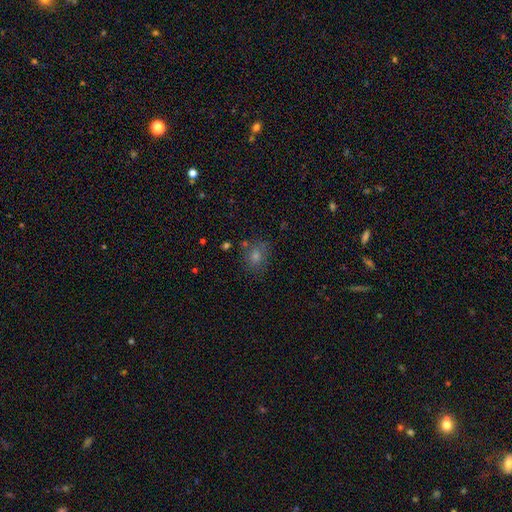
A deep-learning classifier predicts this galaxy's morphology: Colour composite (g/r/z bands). It shows a smooth galaxy with no disk features (57%) that is round (61%). Merging: none (77%).